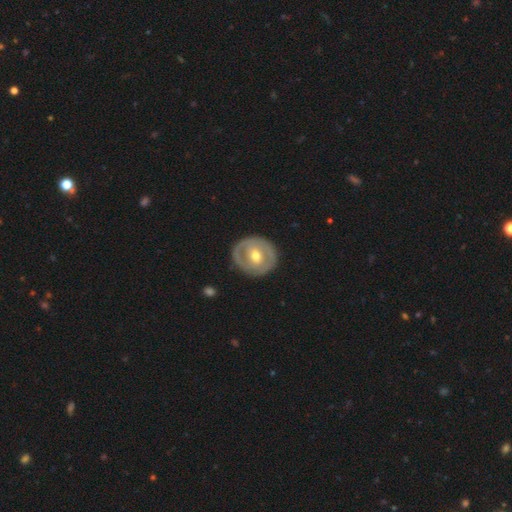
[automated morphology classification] A featured or disk galaxy (66%) with no bar (50%), no spiral arms (53%) and a moderate central bulge (73%). Merging: none (82%).